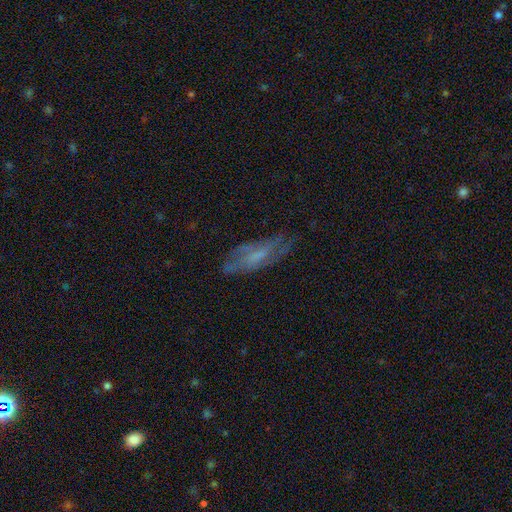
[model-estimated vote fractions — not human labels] The model was most divided on "smooth or featured": featured or disk: 54%, smooth: 36%, star or artifact: 10%. More confident: edge-on disk — no (75%); merging — none (62%).